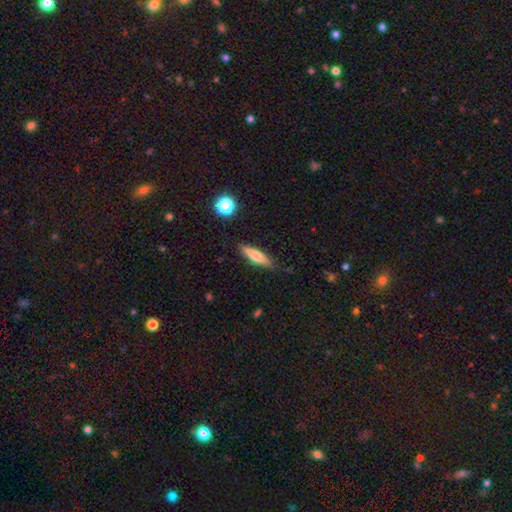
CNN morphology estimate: Smooth or featured? Predicted: smooth (p=0.66). How rounded? Predicted: cigar-shaped (p=0.69). Merging? Predicted: none (p=0.82).